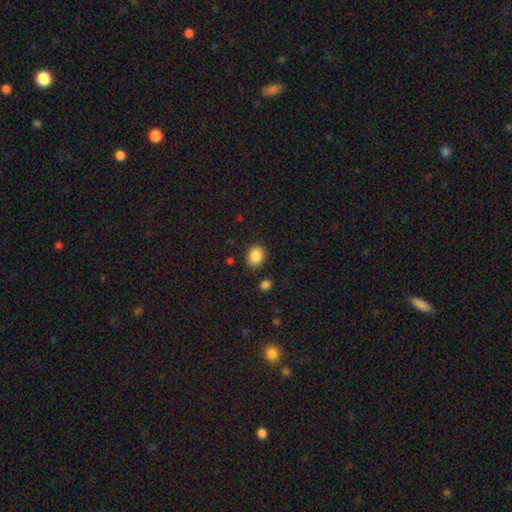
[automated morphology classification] A smooth galaxy with no disk features (88%) that is in between round and cigar-shaped (54%). Merging: none (85%).